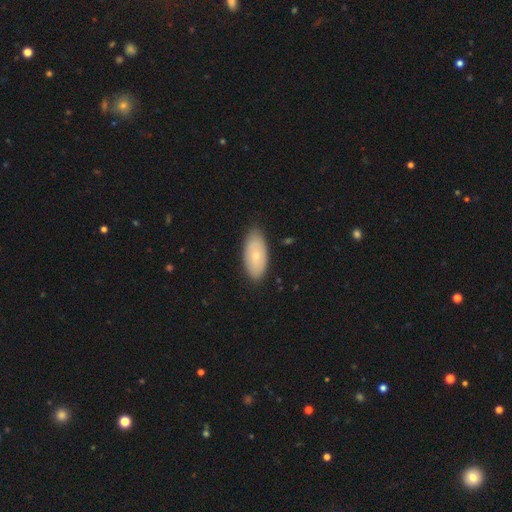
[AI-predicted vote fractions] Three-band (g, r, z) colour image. It shows a smooth galaxy with no disk features (68%) that is in between round and cigar-shaped (93%). Merging: none (84%).